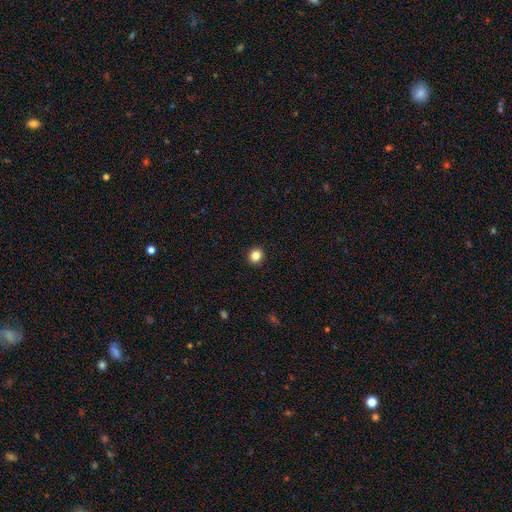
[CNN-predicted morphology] This appears to be a smooth galaxy with no disk features (84%) that is round (89%). Merging: none (93%).